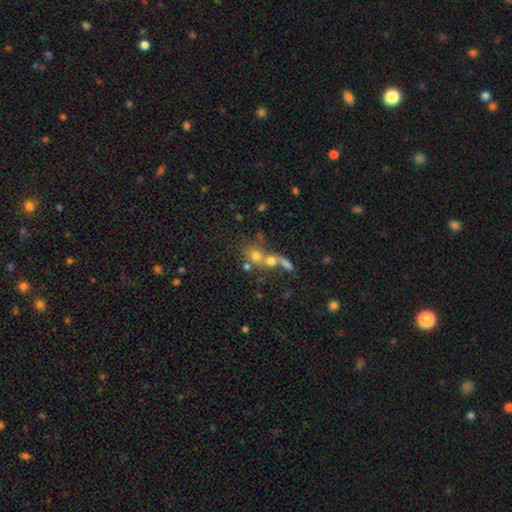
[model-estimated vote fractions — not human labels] Smooth or featured? Predicted: smooth (p=0.65). How rounded? Predicted: round (p=0.71). Merging? Predicted: merger (p=0.52).